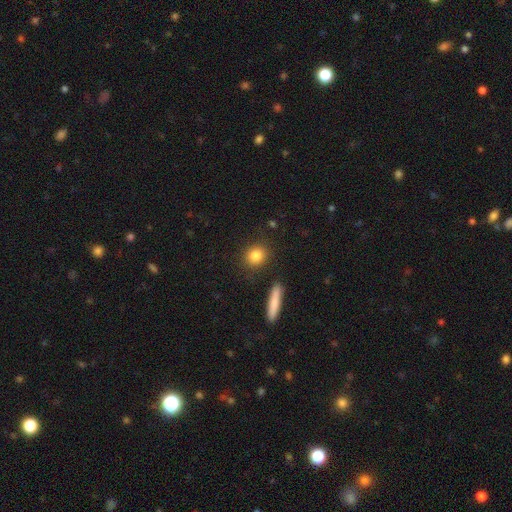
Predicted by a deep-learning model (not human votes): Overall: smooth (84%). How rounded: round (72%). Merging: none (87%).